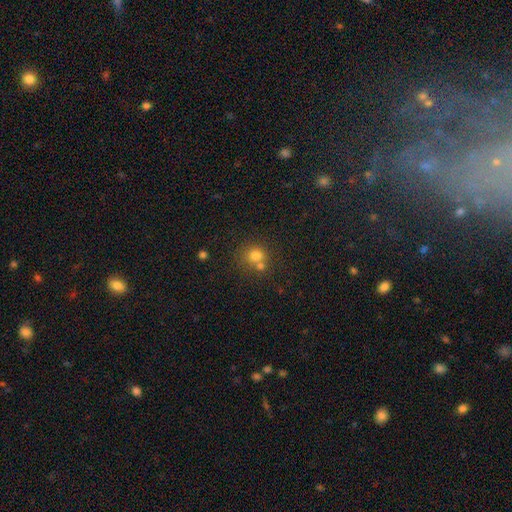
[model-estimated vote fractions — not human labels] A smooth galaxy with no disk features (75%) that is round (85%).

Vote fractions:
- Smooth or featured? smooth: 75% / star or artifact: 15% / featured or disk: 10%
- How rounded? round: 85% / in between: 14% / cigar-shaped: 1%
- Merging? none: 51% / merger: 37% / minor disturbance: 9% / major disturbance: 4%